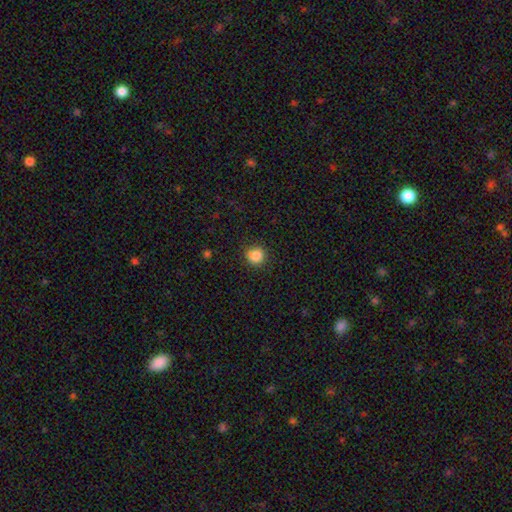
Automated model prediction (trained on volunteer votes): This appears to be a smooth galaxy with no disk features (86%) that is round (89%). Merging: none (86%).